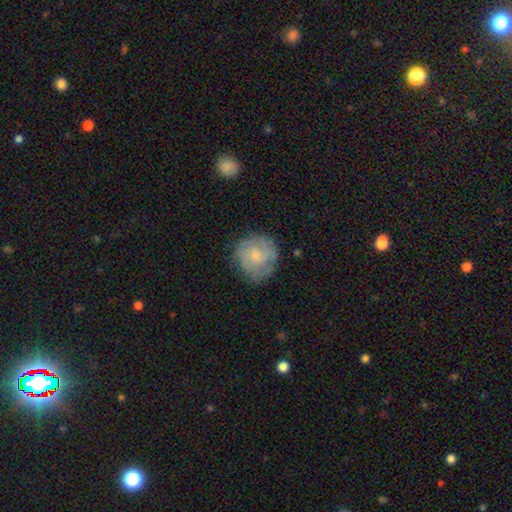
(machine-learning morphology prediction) A featured or disk galaxy (48%).

Vote fractions:
- Smooth or featured? featured or disk: 48% / smooth: 45% / star or artifact: 7%
- Merging? none: 74% / minor disturbance: 18% / major disturbance: 6% / merger: 1%